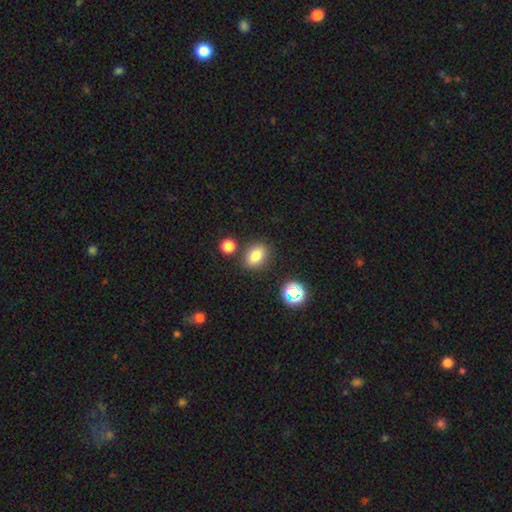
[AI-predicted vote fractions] Q: Smooth or featured?
A: smooth (80%); runner-up: star or artifact (13%)
Q: How rounded?
A: in between (68%); runner-up: round (30%)
Q: Merging?
A: none (79%); runner-up: minor disturbance (11%)